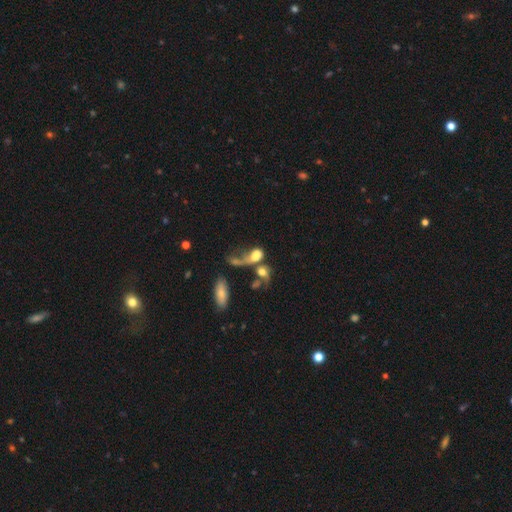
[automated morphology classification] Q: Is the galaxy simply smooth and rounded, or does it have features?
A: smooth — 54%.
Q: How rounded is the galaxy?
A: in between — 58%.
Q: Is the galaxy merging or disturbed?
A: merger — 48%.